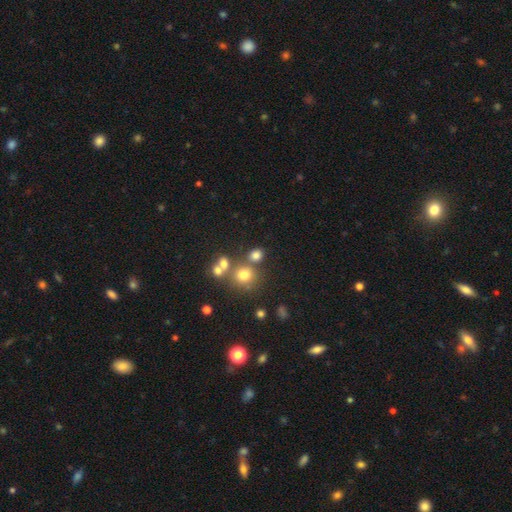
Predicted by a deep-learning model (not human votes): The model was most divided on "merging": none: 64%, merger: 21%, minor disturbance: 10%, major disturbance: 5%. More confident: how rounded — round (78%); smooth or featured — smooth (74%).